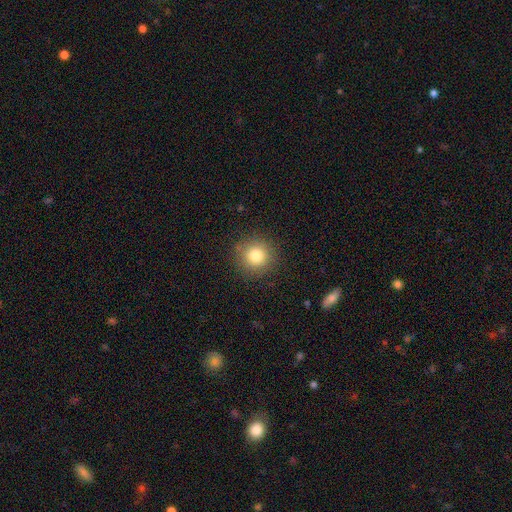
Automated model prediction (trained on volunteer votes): smooth 81%, star or artifact 12%, featured or disk 8%. Down the decision tree: how rounded — round (94%); merging — none (89%).